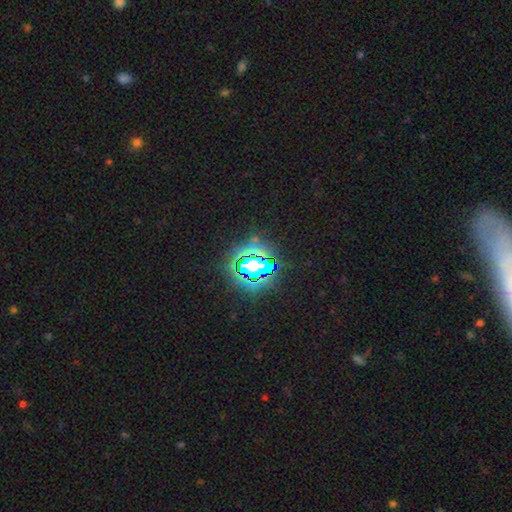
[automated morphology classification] This is clearly a star or artifact rather than a galaxy (82%).